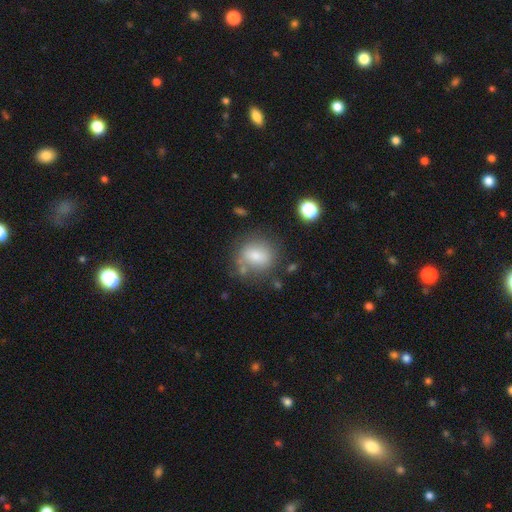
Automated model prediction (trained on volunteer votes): Morphology: type=smooth (73%); roundness=round (65%); merging=none (68%).